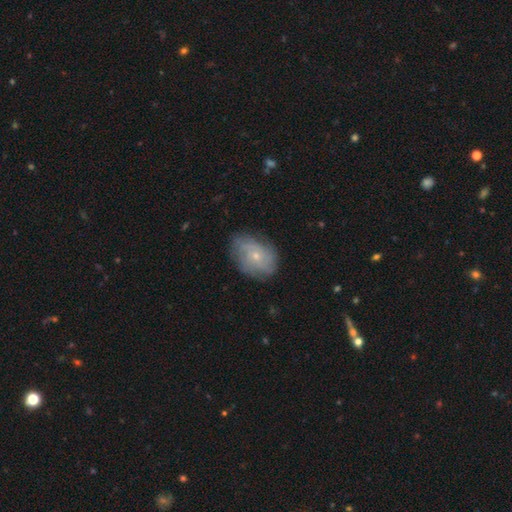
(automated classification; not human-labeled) Smooth or featured: featured or disk — 57% (smooth — 36%)
Edge-on disk: no — 96% (yes — 4%)
Bar: no — 81% (weak — 16%)
Spiral arms: yes — 76% (no — 24%)
Bulge size: small — 73% (moderate — 23%)
Merging: none — 70% (minor disturbance — 22%)